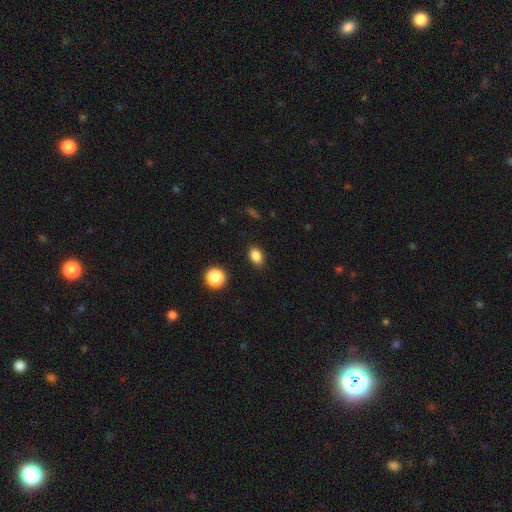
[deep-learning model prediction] Smooth or featured: smooth — 85% (star or artifact — 11%)
How rounded: in between — 78% (round — 21%)
Merging: none — 86% (minor disturbance — 10%)